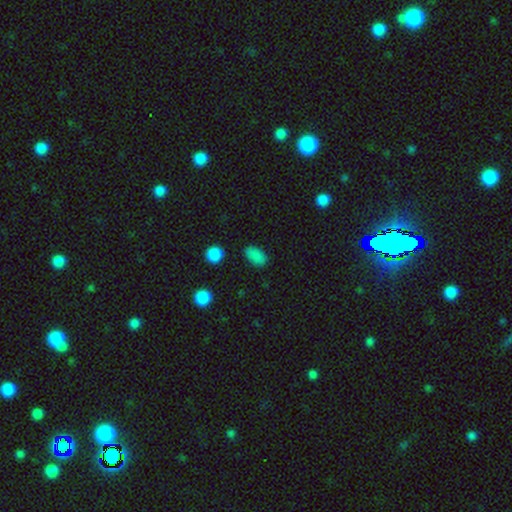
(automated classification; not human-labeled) Morphology: type=smooth (84%); roundness=in between (89%); merging=none (80%).